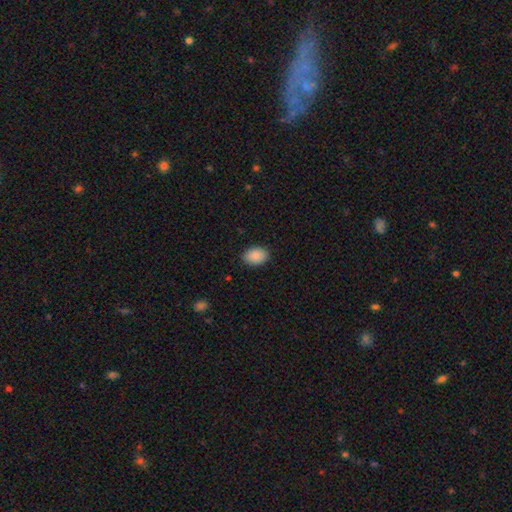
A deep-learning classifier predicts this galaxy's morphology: A smooth galaxy with no disk features (90%) that is in between round and cigar-shaped (80%).

Vote fractions:
- Smooth or featured? smooth: 90% / star or artifact: 7% / featured or disk: 3%
- How rounded? in between: 80% / round: 19% / cigar-shaped: 1%
- Merging? none: 87% / minor disturbance: 10% / major disturbance: 2% / merger: 1%